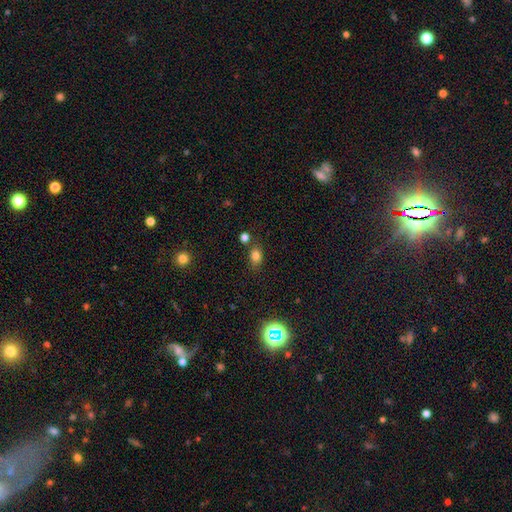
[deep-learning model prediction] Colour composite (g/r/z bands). It shows a smooth galaxy with no disk features (79%) that is in between round and cigar-shaped (67%). Merging: none (72%).